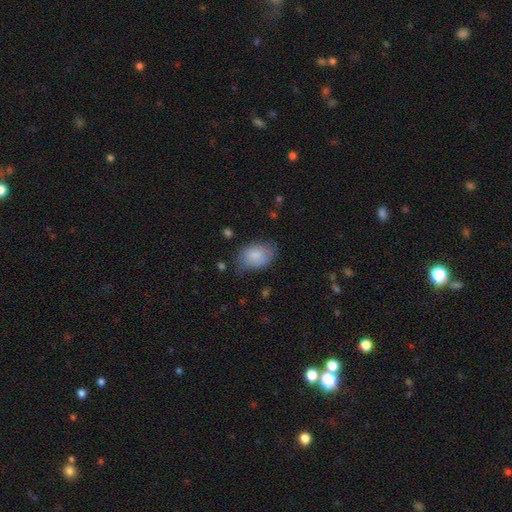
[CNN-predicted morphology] Smooth or featured? smooth (81%)
How rounded? in between (81%)
Merging? none (58%)